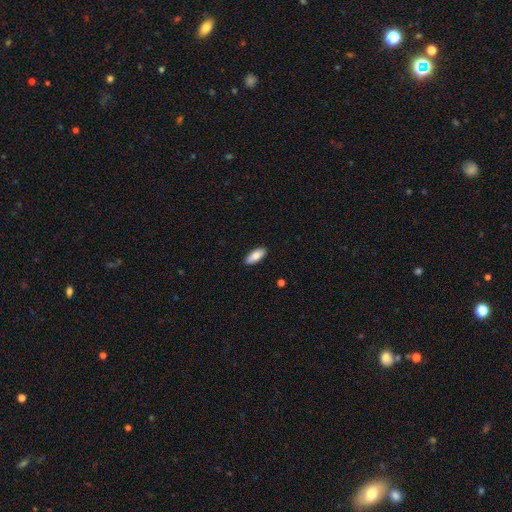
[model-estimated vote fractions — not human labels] smooth-or-featured: smooth: 81% | featured or disk: 13% | star or artifact: 6%
  how-rounded: in between: 81% | cigar-shaped: 17% | round: 2%
  merging: none: 90% | minor disturbance: 8% | major disturbance: 2% | merger: 1%